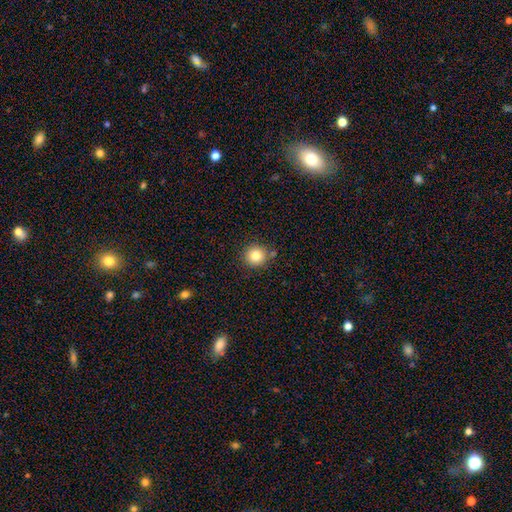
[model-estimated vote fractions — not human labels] This appears to be a smooth galaxy with no disk features (82%) that is round (93%). Merging: none (83%).